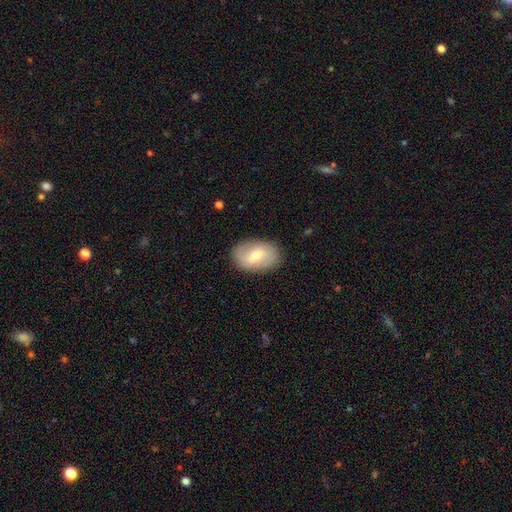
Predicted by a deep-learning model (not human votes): This is possibly a featured or disk galaxy (48%). Merging: clearly none (85%).